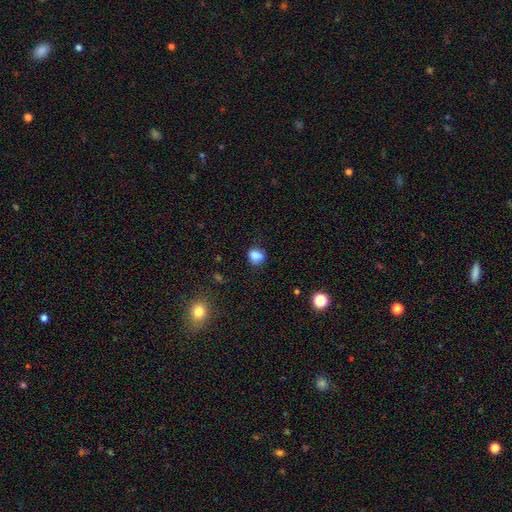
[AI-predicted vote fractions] smooth_or_featured: smooth (p=0.82) [alt: star or artifact p=0.11]
how_rounded: round (p=0.53) [alt: in between p=0.46]
merging: none (p=0.67) [alt: minor disturbance p=0.21]